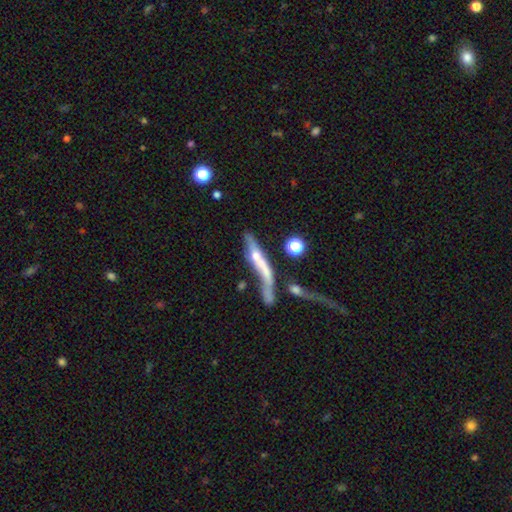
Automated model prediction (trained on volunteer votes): The model was most divided on "edge-on disk": yes: 56%, no: 44%. Remaining: smooth or featured — featured or disk (51%); merging — merger (46%).